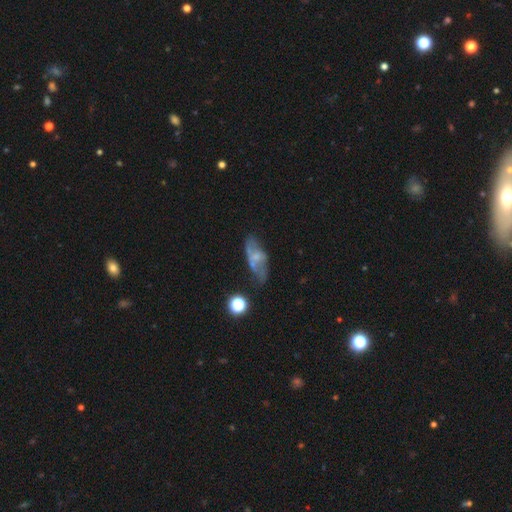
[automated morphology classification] Overall: featured or disk (51%; smooth 38%). Edge-on disk: no (86%). Merging: none (47%; minor disturbance 25%).